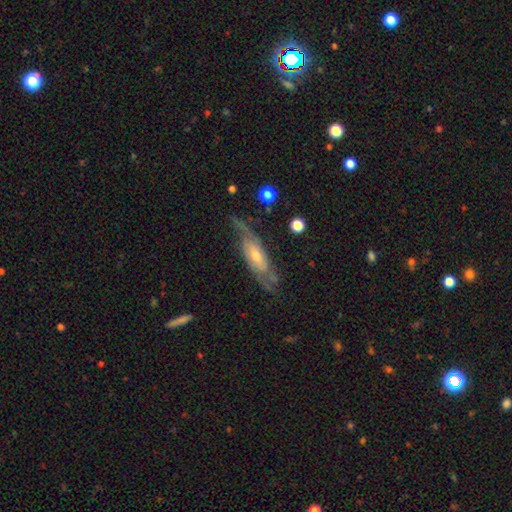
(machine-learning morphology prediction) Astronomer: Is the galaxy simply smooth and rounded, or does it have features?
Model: featured or disk — 78%.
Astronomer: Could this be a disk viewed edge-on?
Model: no — 76%.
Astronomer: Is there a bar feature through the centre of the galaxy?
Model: no — 56% (runner-up: weak, 36%).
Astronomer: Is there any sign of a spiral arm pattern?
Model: yes — 89%.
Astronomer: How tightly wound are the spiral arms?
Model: medium — 42% (runner-up: tight, 35%).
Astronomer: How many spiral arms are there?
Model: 2 — 59%.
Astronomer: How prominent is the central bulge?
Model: moderate — 50% (runner-up: small, 42%).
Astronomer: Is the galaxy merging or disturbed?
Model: none — 62%.